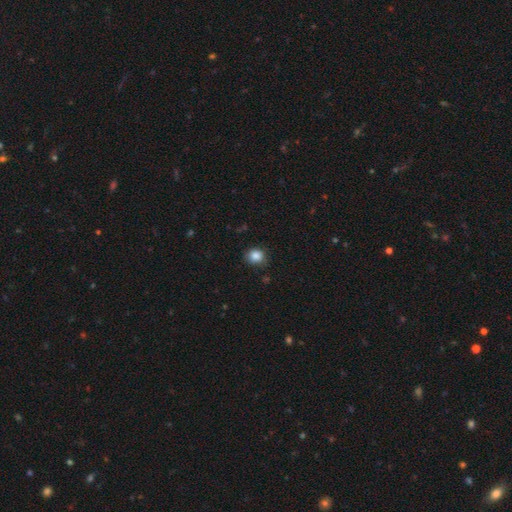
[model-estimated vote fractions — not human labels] Smooth or featured? smooth (85%)
How rounded? round (75%)
Merging? none (81%)